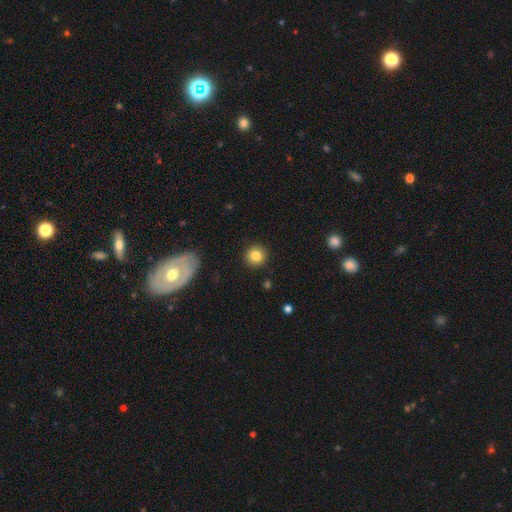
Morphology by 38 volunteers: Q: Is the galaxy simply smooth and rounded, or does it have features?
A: smooth — 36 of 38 (95%).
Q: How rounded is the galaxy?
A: round — 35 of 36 (97%).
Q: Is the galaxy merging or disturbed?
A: none — 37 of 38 (97%).